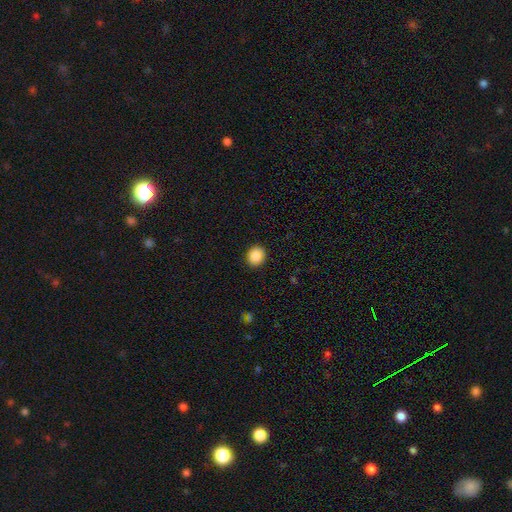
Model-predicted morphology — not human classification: Smooth or featured?
  - smooth: 88% *
  - star or artifact: 9%
  - featured or disk: 3%
How rounded?
  - round: 74% *
  - in between: 25%
  - cigar-shaped: 1%
Merging?
  - none: 91% *
  - minor disturbance: 6%
  - major disturbance: 2%
  - merger: 1%